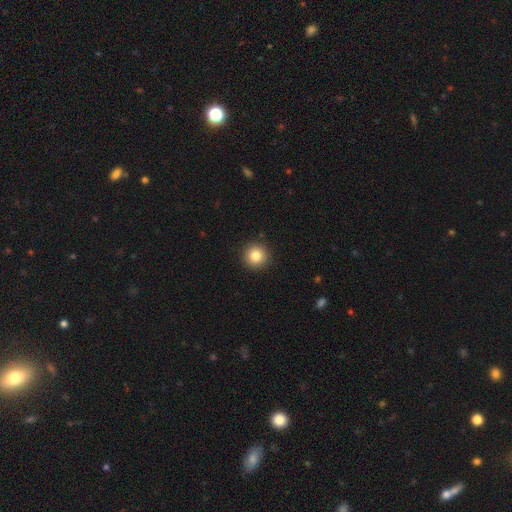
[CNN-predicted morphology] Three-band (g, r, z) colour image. It shows a smooth galaxy with no disk features (83%) that is round (96%). Merging: none (92%).